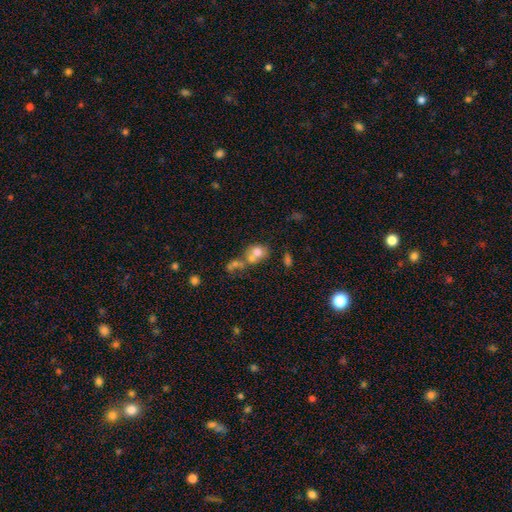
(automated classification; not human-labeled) Smooth or featured: smooth — 53% (star or artifact — 26%)
How rounded: round — 61% (in between — 33%)
Merging: merger — 45% (none — 37%)